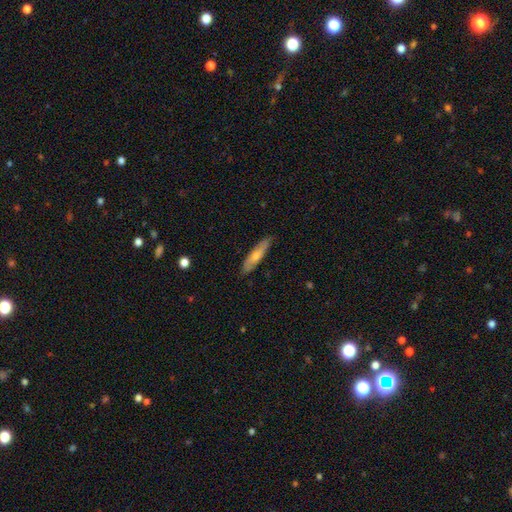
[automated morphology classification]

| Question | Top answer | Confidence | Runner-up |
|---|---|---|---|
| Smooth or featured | smooth | 54% | featured or disk (39%) |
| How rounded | cigar-shaped | 78% | in between (20%) |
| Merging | none | 85% | minor disturbance (12%) |